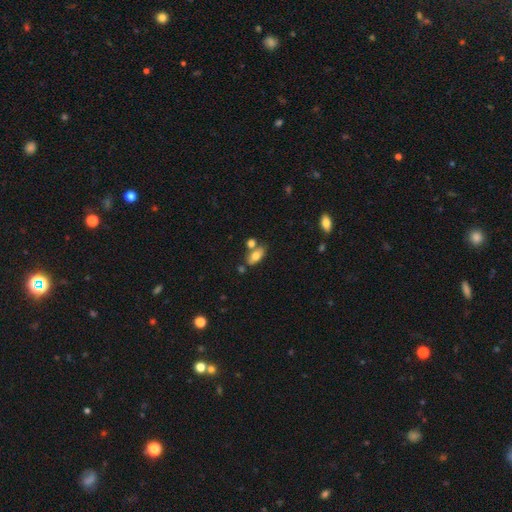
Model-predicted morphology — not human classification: smooth-or-featured: smooth: 73% | featured or disk: 19% | star or artifact: 8%
  how-rounded: in between: 85% | cigar-shaped: 10% | round: 5%
  merging: none: 59% | merger: 23% | minor disturbance: 14% | major disturbance: 4%